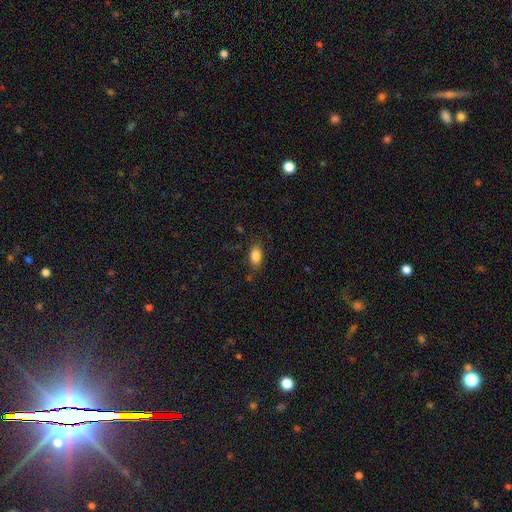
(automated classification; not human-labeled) Smooth or featured? smooth (85%)
How rounded? in between (89%)
Merging? none (83%)